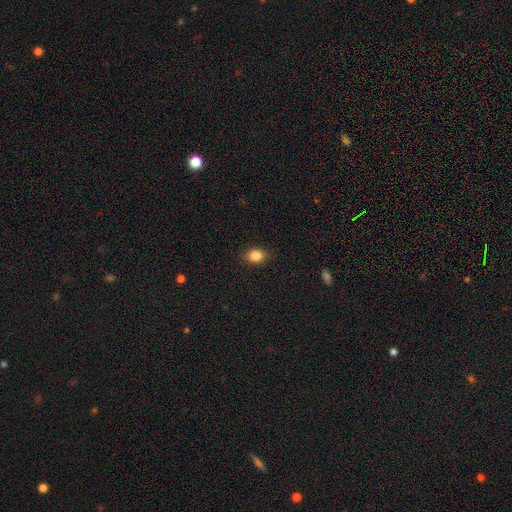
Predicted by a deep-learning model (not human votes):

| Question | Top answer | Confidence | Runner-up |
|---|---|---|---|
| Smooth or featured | smooth | 85% | star or artifact (10%) |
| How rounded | in between | 54% | round (44%) |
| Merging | none | 87% | minor disturbance (9%) |